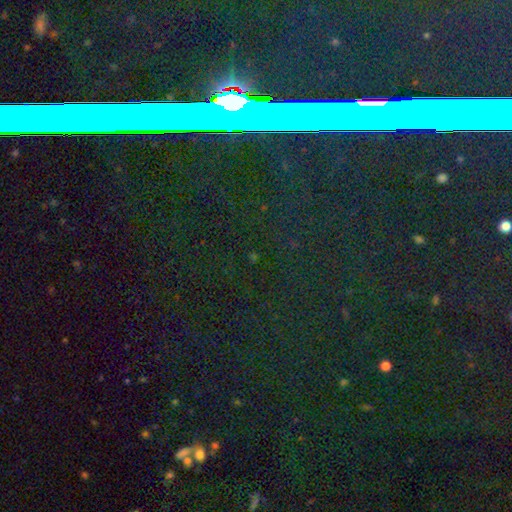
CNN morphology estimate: star or artifact 79%, smooth 11%, featured or disk 11%.